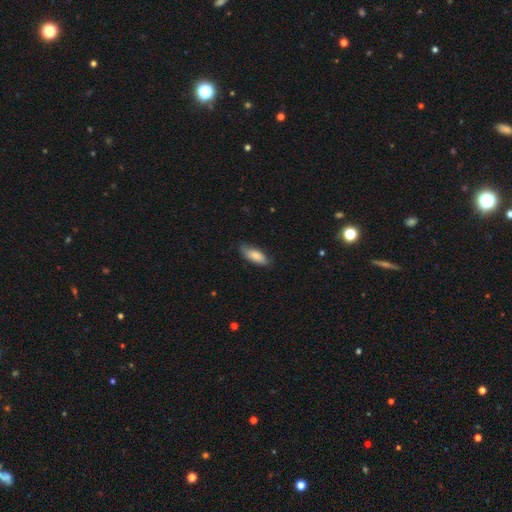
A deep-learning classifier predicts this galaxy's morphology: smooth 82%, featured or disk 12%, star or artifact 6%. Down the decision tree: how rounded — in between (77%); merging — none (74%).